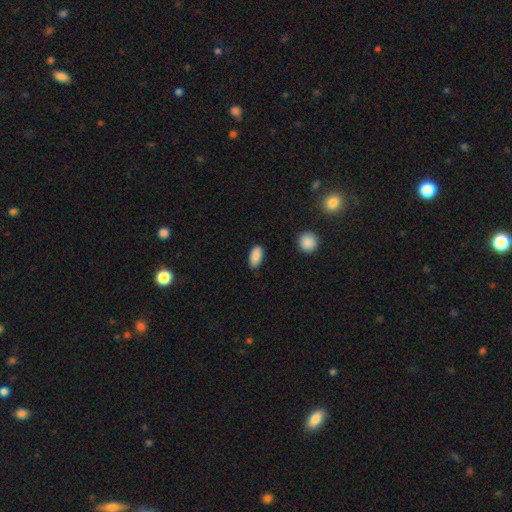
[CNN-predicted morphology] Overall: smooth (89%). How rounded: in between (92%). Merging: none (85%).